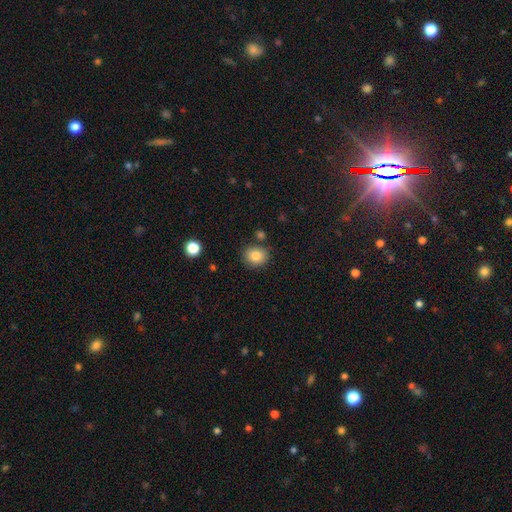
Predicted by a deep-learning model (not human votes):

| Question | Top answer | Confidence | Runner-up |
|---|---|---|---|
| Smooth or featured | smooth | 84% | star or artifact (10%) |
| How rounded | round | 76% | in between (23%) |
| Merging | none | 82% | minor disturbance (10%) |